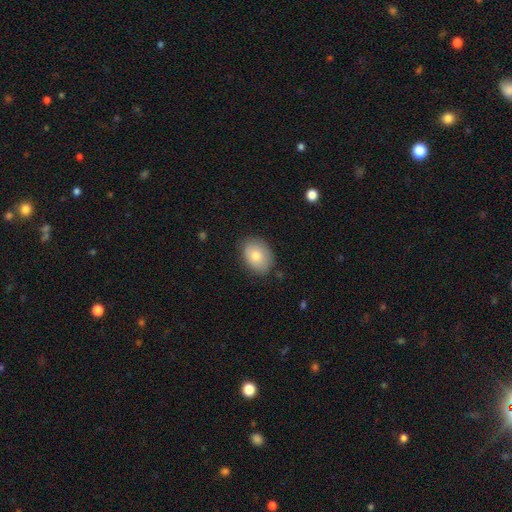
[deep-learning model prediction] Smooth or featured? Predicted: smooth (p=0.79). How rounded? Predicted: in between (p=0.72). Merging? Predicted: none (p=0.82).